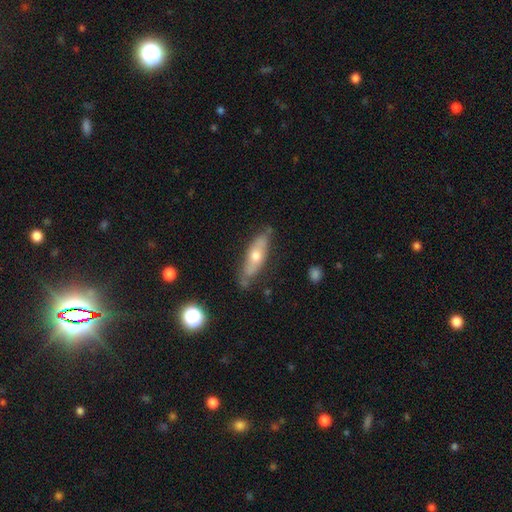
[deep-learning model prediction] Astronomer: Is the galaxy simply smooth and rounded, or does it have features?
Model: featured or disk — 48% (runner-up: smooth, 46%).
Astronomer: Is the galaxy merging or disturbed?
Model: none — 71%.